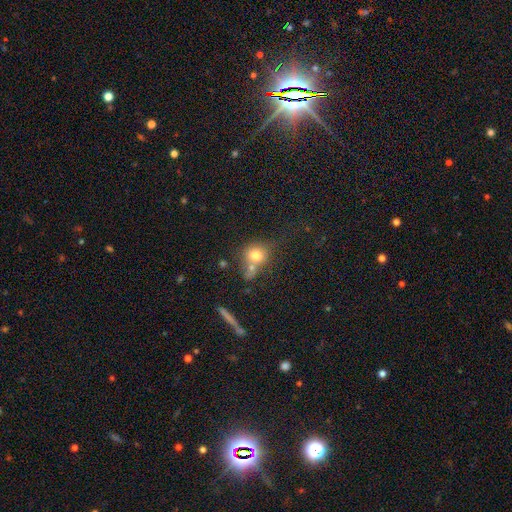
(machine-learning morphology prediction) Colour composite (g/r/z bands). It shows a smooth galaxy with no disk features (75%) that is round (72%). Merging: merger (40%).